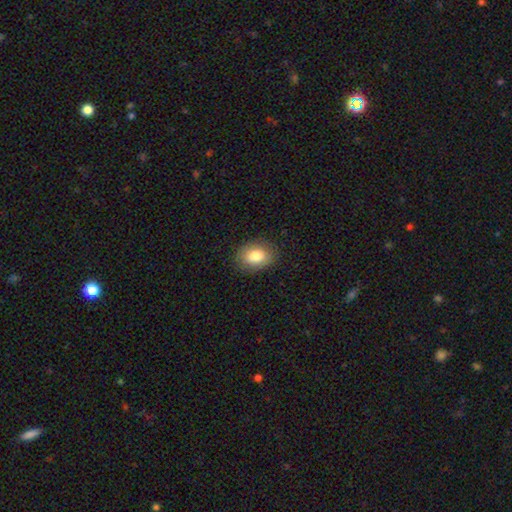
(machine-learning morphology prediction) Overall: smooth (82%). How rounded: in between (72%). Merging: none (86%).